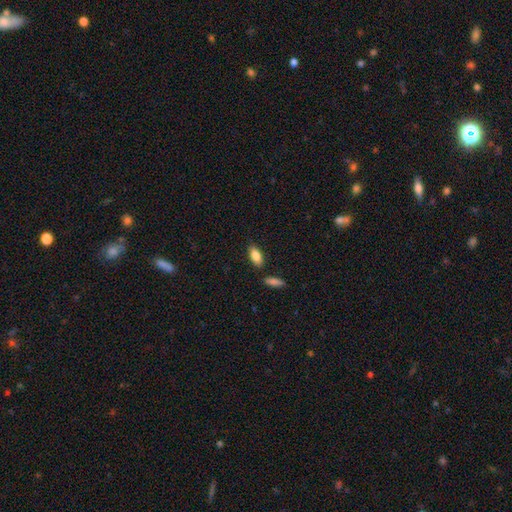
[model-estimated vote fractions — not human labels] Q: Smooth or featured?
A: smooth (85%); runner-up: featured or disk (9%)
Q: How rounded?
A: in between (87%); runner-up: cigar-shaped (10%)
Q: Merging?
A: none (83%); runner-up: minor disturbance (10%)